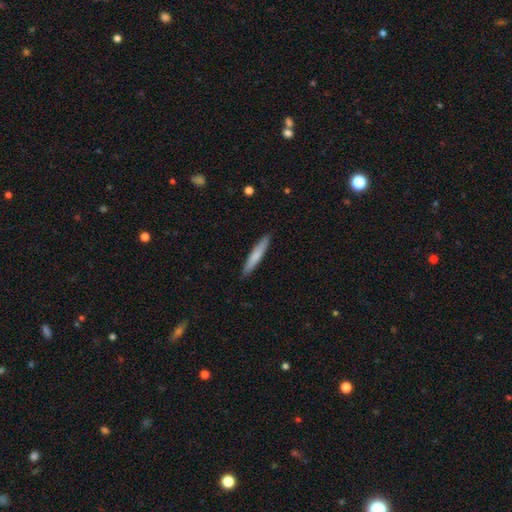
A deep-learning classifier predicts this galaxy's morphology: type=smooth (73%); roundness=cigar-shaped (93%); merging=none (91%).